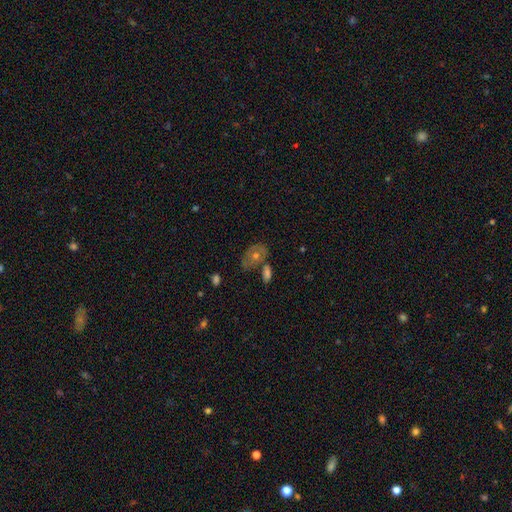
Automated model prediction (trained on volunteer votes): Q: Smooth or featured?
A: featured or disk (46%); runner-up: smooth (39%)
Q: Merging?
A: none (58%); runner-up: minor disturbance (18%)